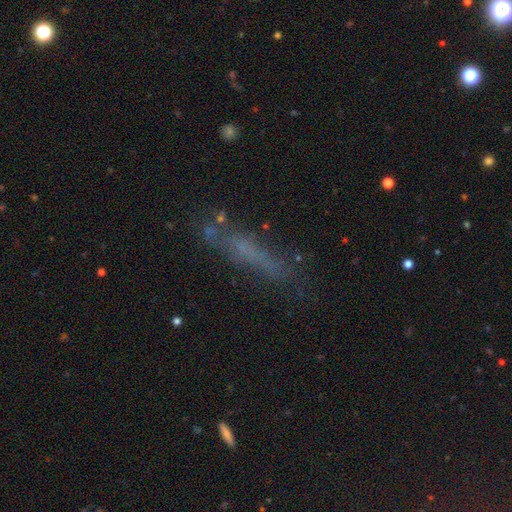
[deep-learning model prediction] The model was most divided on "smooth or featured": smooth: 50%, featured or disk: 34%, star or artifact: 16%. More confident: how rounded — cigar-shaped (84%); merging — none (63%).